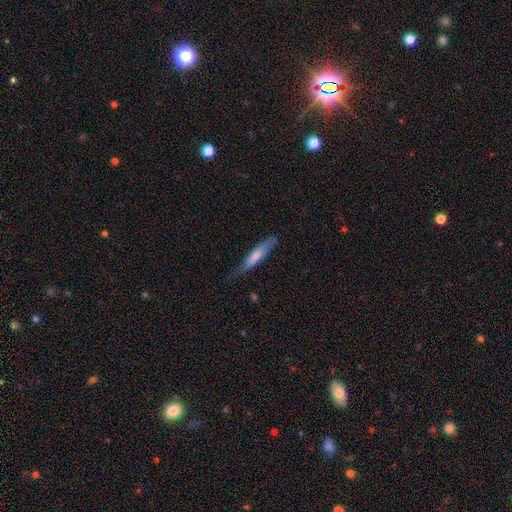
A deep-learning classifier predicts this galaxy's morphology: Smooth or featured? Predicted: smooth (p=0.58). How rounded? Predicted: cigar-shaped (p=0.89). Merging? Predicted: none (p=0.64).